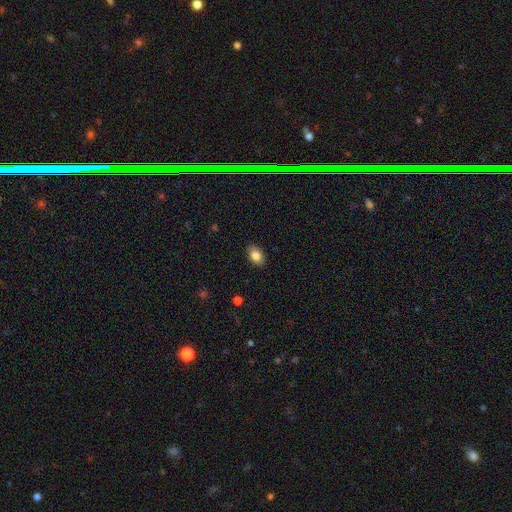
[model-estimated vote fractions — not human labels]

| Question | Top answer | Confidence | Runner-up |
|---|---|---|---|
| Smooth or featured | smooth | 84% | featured or disk (8%) |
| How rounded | in between | 87% | round (12%) |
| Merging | none | 87% | minor disturbance (10%) |